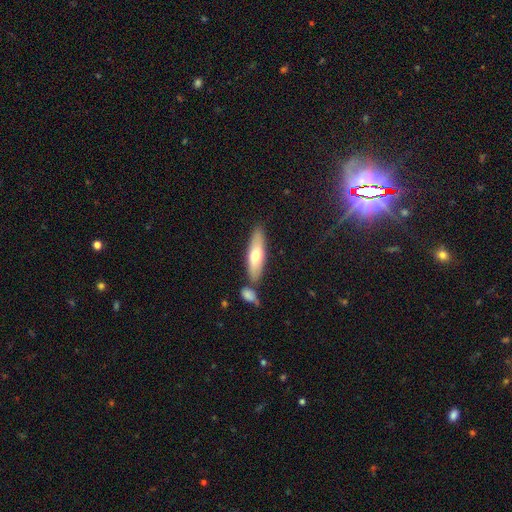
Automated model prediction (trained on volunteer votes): This appears to be a smooth galaxy with no disk features (63%) that is cigar-shaped (59%). Merging: none (74%).